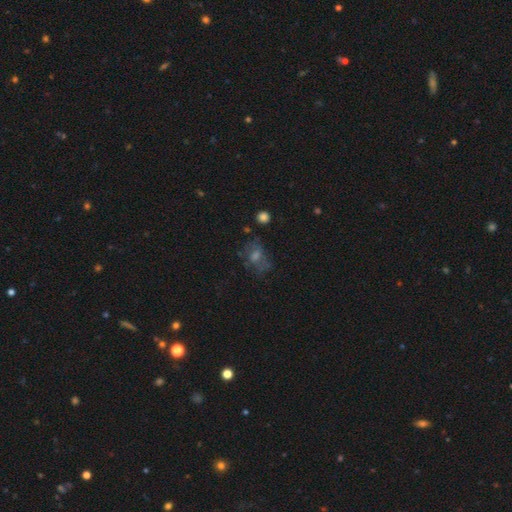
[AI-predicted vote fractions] This is marginally a featured or disk galaxy (37%). Merging: possibly none (56%).